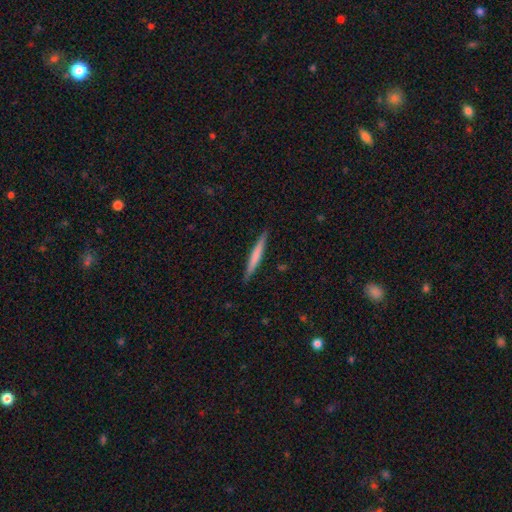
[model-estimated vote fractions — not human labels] smooth_or_featured: smooth (p=0.60) [alt: featured or disk p=0.35]
how_rounded: cigar-shaped (p=0.96) [alt: in between p=0.03]
merging: none (p=0.90) [alt: minor disturbance p=0.07]